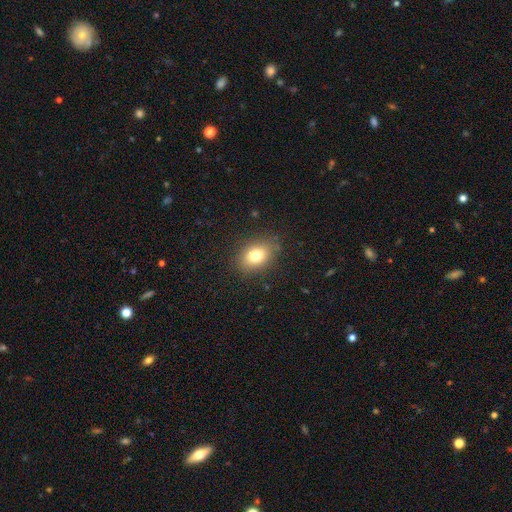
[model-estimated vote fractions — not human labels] Smooth or featured? smooth (79%)
How rounded? in between (75%)
Merging? none (82%)